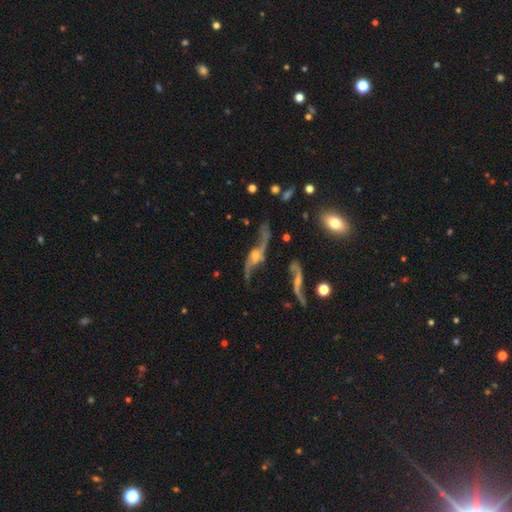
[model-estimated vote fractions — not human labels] This is clearly a featured or disk galaxy (86%). It is clearly not viewed edge-on (85%). Bar: likely no (60%). Spiral arm pattern: clearly yes (93%). Spiral arm count: clearly 2 (91%). Spiral winding: clearly loose (91%). Central bulge: possibly small (47%). Merging: possibly none (49%).